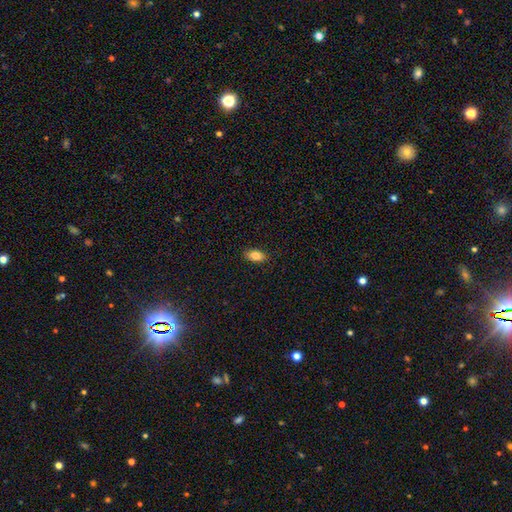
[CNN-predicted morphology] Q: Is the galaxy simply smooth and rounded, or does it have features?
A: smooth — 84%.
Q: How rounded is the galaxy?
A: in between — 89%.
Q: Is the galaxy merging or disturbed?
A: none — 88%.